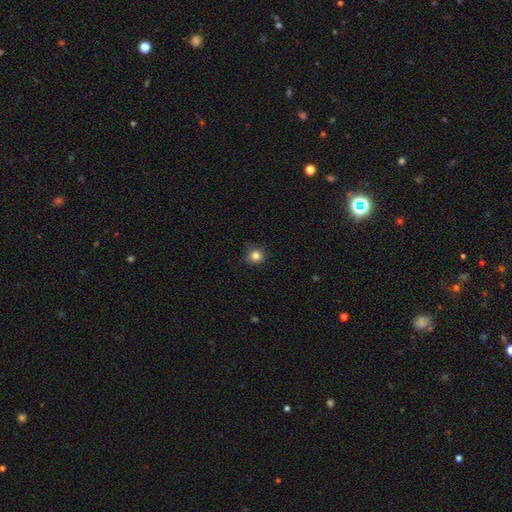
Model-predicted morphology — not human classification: A smooth galaxy with no disk features (84%) that is round (89%).

Vote fractions:
- Smooth or featured? smooth: 84% / star or artifact: 12% / featured or disk: 5%
- How rounded? round: 89% / in between: 10% / cigar-shaped: 1%
- Merging? none: 85% / minor disturbance: 12% / major disturbance: 2% / merger: 1%